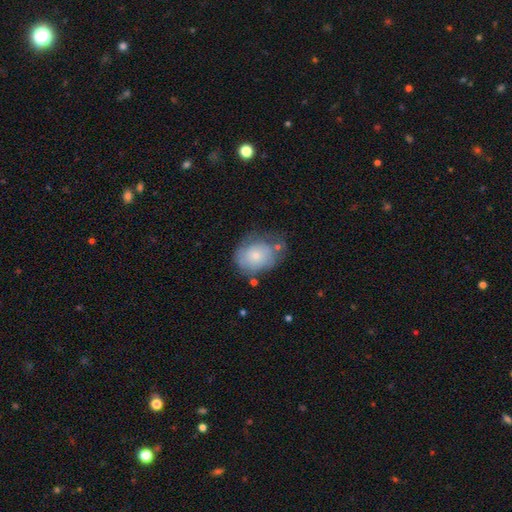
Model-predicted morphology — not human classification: A smooth galaxy with no disk features (65%) that is in between round and cigar-shaped (53%).

Vote fractions:
- Smooth or featured? smooth: 65% / featured or disk: 27% / star or artifact: 8%
- How rounded? in between: 53% / round: 46% / cigar-shaped: 1%
- Merging? none: 50% / minor disturbance: 30% / major disturbance: 14% / merger: 7%